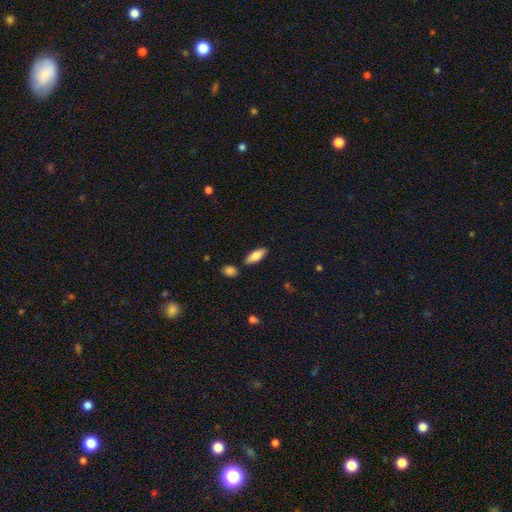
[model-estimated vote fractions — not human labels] This is likely a smooth galaxy (79%). How rounded: likely in between (74%). Merging: clearly none (83%).